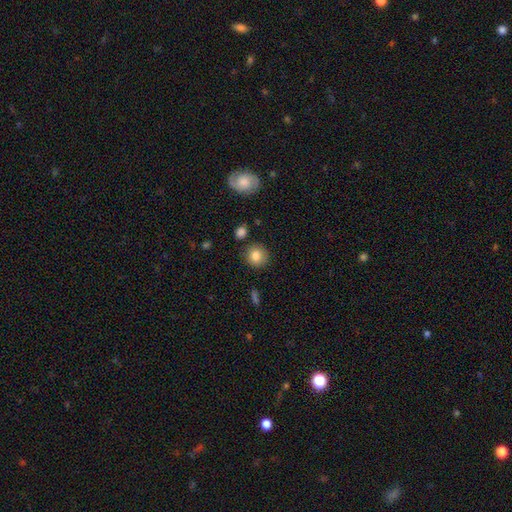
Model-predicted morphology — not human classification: Smooth or featured: smooth — 83% (star or artifact — 9%)
How rounded: round — 89% (in between — 10%)
Merging: none — 87% (minor disturbance — 8%)